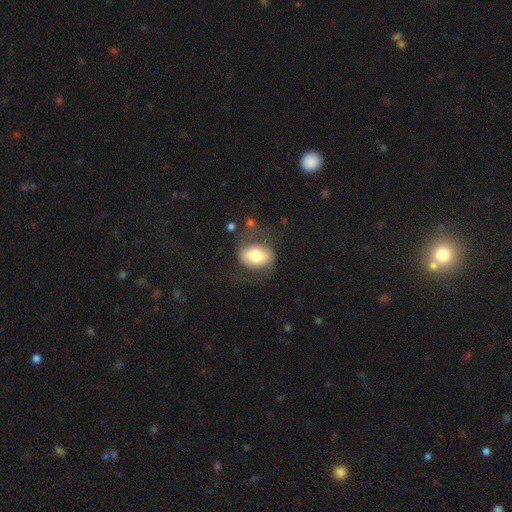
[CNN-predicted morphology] A smooth galaxy with no disk features (50%) that is in between round and cigar-shaped (74%).

Vote fractions:
- Smooth or featured? smooth: 50% / featured or disk: 43% / star or artifact: 7%
- How rounded? in between: 74% / round: 24% / cigar-shaped: 2%
- Merging? none: 53% / major disturbance: 23% / minor disturbance: 21% / merger: 3%